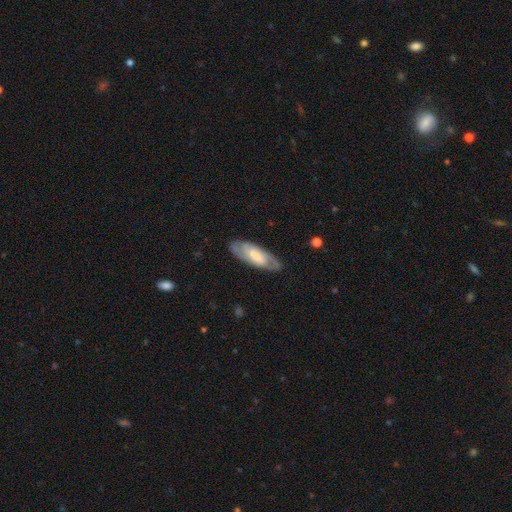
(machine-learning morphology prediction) smooth-or-featured: featured or disk: 58% | smooth: 37% | star or artifact: 6%
  disk-edge-on: no: 85% | yes: 15%
  merging: none: 82% | minor disturbance: 13% | major disturbance: 4% | merger: 1%